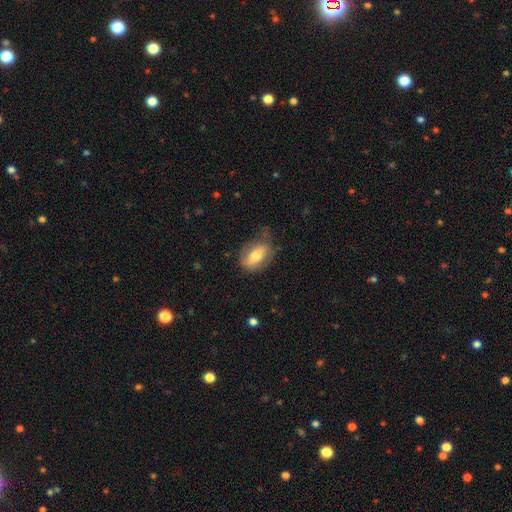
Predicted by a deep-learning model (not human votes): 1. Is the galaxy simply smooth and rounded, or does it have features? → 58% smooth, 35% featured or disk, 7% star or artifact.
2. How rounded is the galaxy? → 82% in between, 13% round, 5% cigar-shaped.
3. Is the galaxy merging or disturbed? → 56% none, 30% minor disturbance, 12% major disturbance, 2% merger.